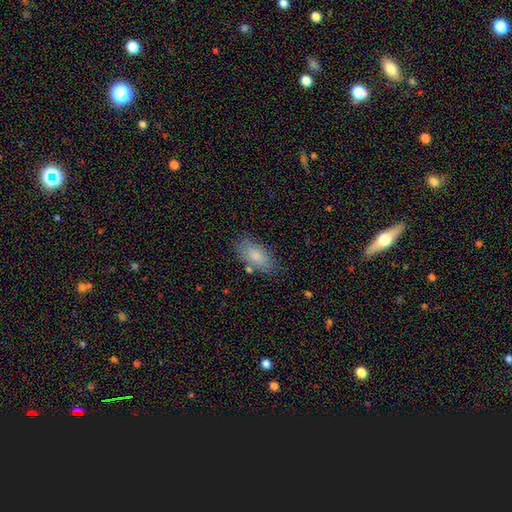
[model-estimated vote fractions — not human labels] Smooth or featured: smooth — 81% (featured or disk — 12%)
How rounded: in between — 92% (cigar-shaped — 5%)
Merging: none — 78% (minor disturbance — 15%)